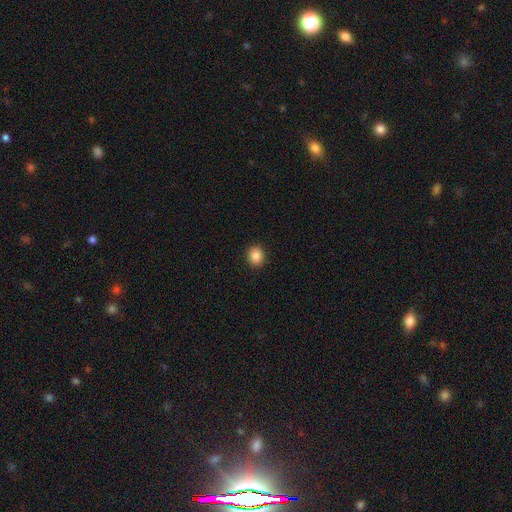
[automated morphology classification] smooth-or-featured: smooth: 87% | star or artifact: 10% | featured or disk: 4%
  how-rounded: round: 64% | in between: 35% | cigar-shaped: 1%
  merging: none: 92% | minor disturbance: 6% | major disturbance: 2% | merger: 1%